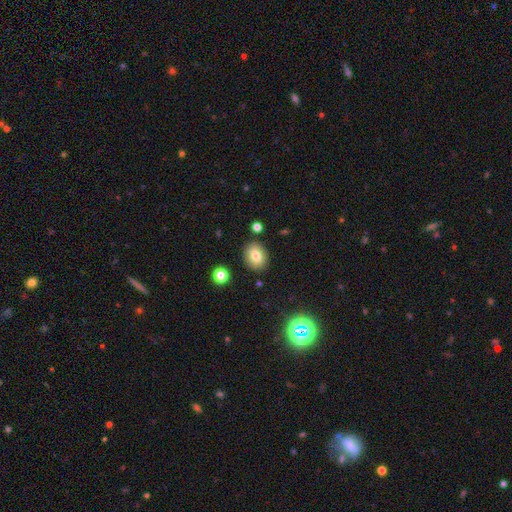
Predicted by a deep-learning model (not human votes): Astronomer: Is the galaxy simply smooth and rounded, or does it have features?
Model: smooth — 79%.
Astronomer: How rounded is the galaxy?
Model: in between — 53% (runner-up: round, 46%).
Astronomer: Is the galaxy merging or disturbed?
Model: none — 86%.